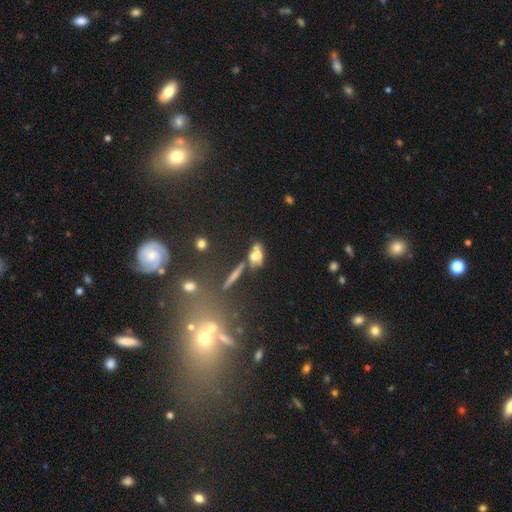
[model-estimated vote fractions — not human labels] A smooth galaxy with no disk features (46%).

Vote fractions:
- Smooth or featured? smooth: 46% / featured or disk: 39% / star or artifact: 16%
- Merging? none: 38% / merger: 33% / minor disturbance: 17% / major disturbance: 11%